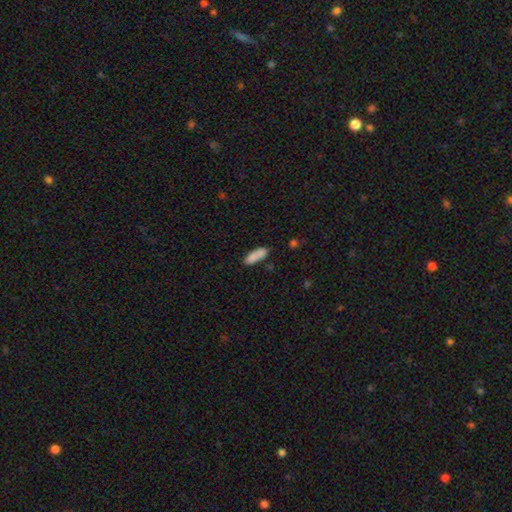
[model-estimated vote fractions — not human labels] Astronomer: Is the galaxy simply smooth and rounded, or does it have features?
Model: smooth — 86%.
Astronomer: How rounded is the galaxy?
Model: in between — 63%.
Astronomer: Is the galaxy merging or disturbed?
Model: none — 69%.